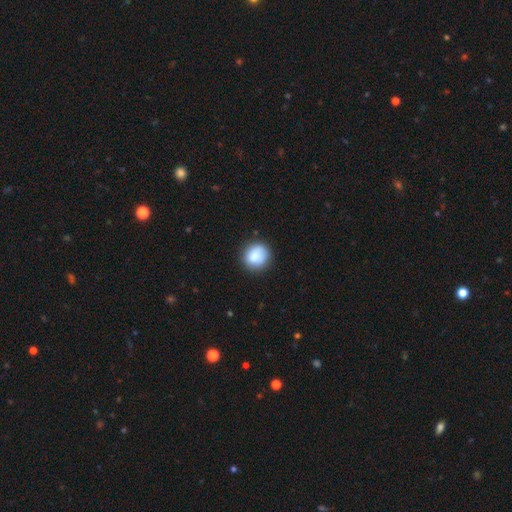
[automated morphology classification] Smooth or featured? Predicted: smooth (p=0.86). How rounded? Predicted: round (p=0.86). Merging? Predicted: none (p=0.82).